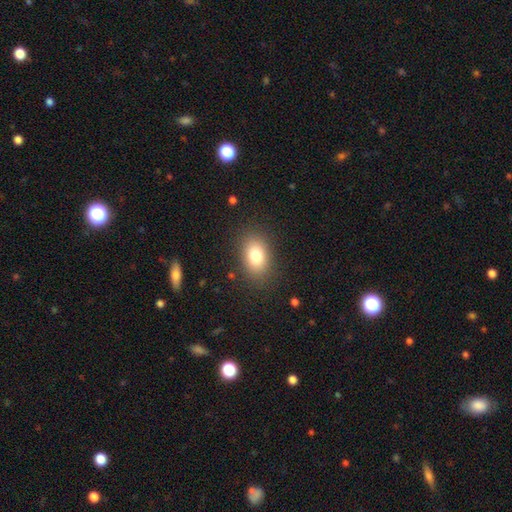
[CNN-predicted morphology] A smooth galaxy with no disk features (80%) that is in between round and cigar-shaped (82%).

Vote fractions:
- Smooth or featured? smooth: 80% / featured or disk: 11% / star or artifact: 10%
- How rounded? in between: 82% / round: 16% / cigar-shaped: 1%
- Merging? none: 85% / minor disturbance: 10% / major disturbance: 4% / merger: 1%